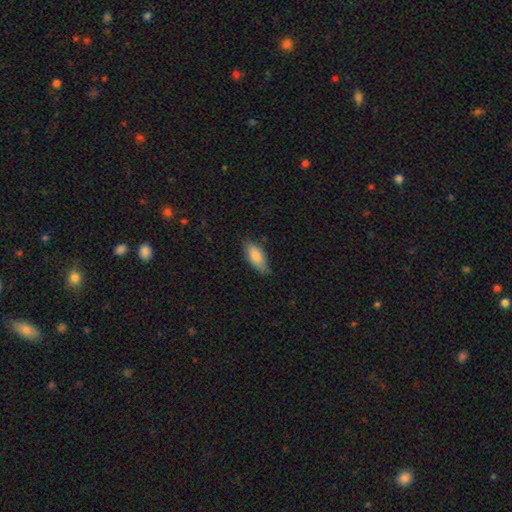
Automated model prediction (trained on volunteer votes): This appears to be a smooth galaxy with no disk features (81%) that is in between round and cigar-shaped (82%). Merging: none (76%).